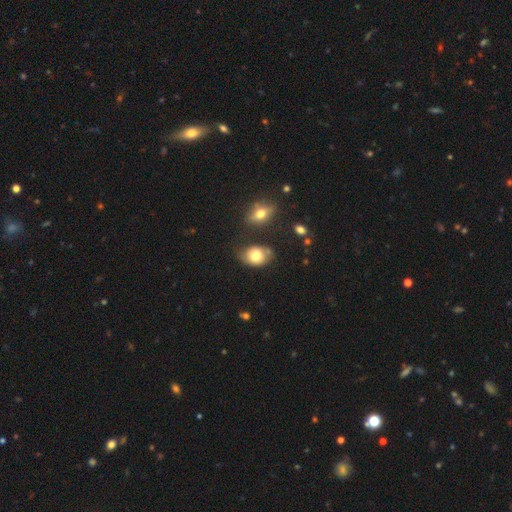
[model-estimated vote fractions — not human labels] A smooth galaxy with no disk features (71%) that is in between round and cigar-shaped (69%).

Vote fractions:
- Smooth or featured? smooth: 71% / featured or disk: 21% / star or artifact: 9%
- How rounded? in between: 69% / round: 30% / cigar-shaped: 1%
- Merging? none: 56% / minor disturbance: 27% / merger: 9% / major disturbance: 8%